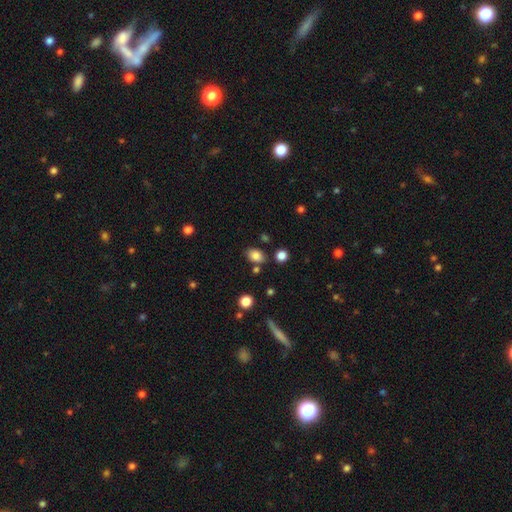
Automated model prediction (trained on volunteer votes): smooth 83%, star or artifact 11%, featured or disk 6%. Down the decision tree: how rounded — in between (76%); merging — none (78%).